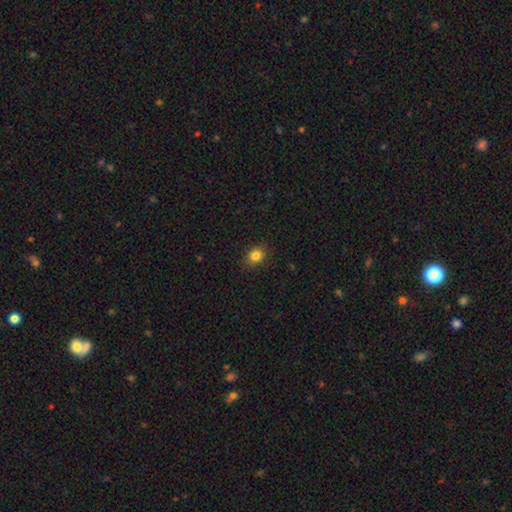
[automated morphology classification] Q: Smooth or featured?
A: smooth (83%); runner-up: star or artifact (11%)
Q: How rounded?
A: round (50%); runner-up: in between (49%)
Q: Merging?
A: none (88%); runner-up: minor disturbance (9%)